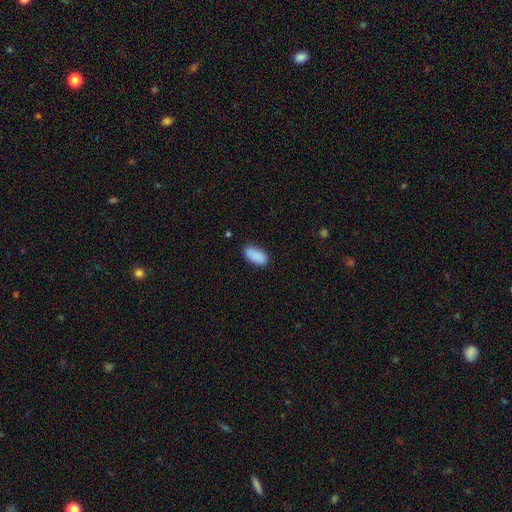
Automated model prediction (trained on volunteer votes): Smooth or featured? Predicted: smooth (p=0.89). How rounded? Predicted: in between (p=0.92). Merging? Predicted: none (p=0.86).